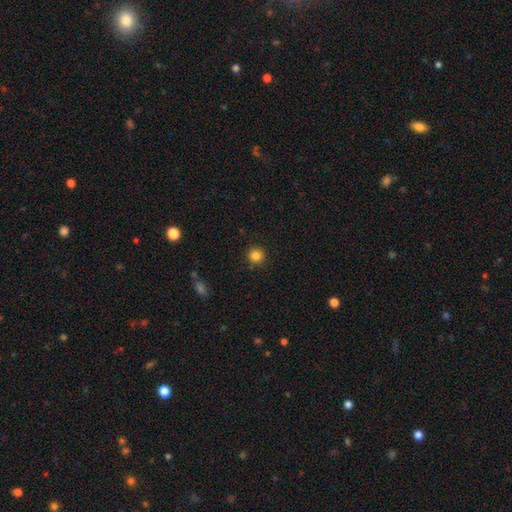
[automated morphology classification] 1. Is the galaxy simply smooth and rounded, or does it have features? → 84% smooth, 12% star or artifact, 5% featured or disk.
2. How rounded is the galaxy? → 94% round, 5% in between, 1% cigar-shaped.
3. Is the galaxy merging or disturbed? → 90% none, 6% minor disturbance, 2% major disturbance, 2% merger.